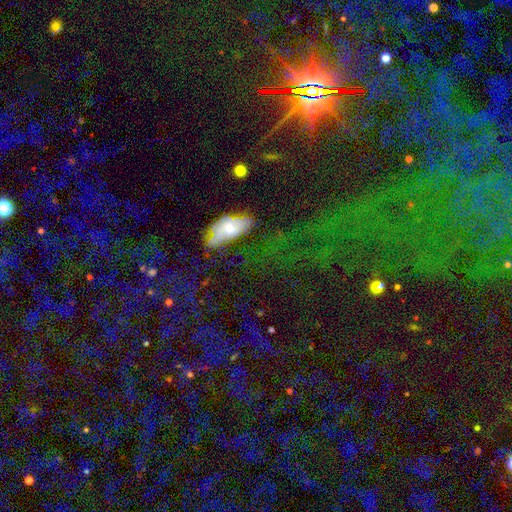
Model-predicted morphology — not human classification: Smooth or featured: smooth — 37% (star or artifact — 36%)
Merging: none — 60% (minor disturbance — 19%)